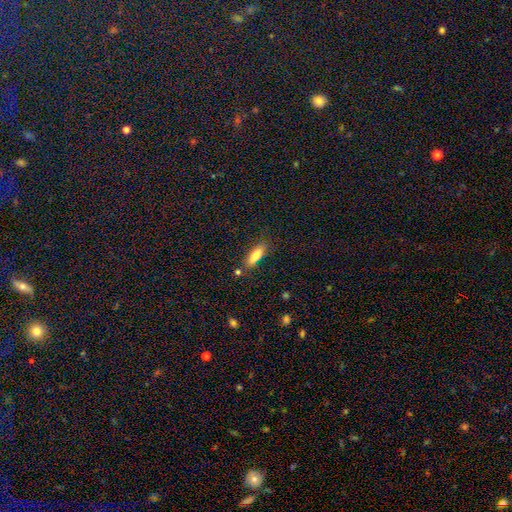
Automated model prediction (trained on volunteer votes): smooth_or_featured: smooth (p=0.81) [alt: featured or disk p=0.11]
how_rounded: in between (p=0.58) [alt: cigar-shaped p=0.39]
merging: none (p=0.76) [alt: minor disturbance p=0.15]